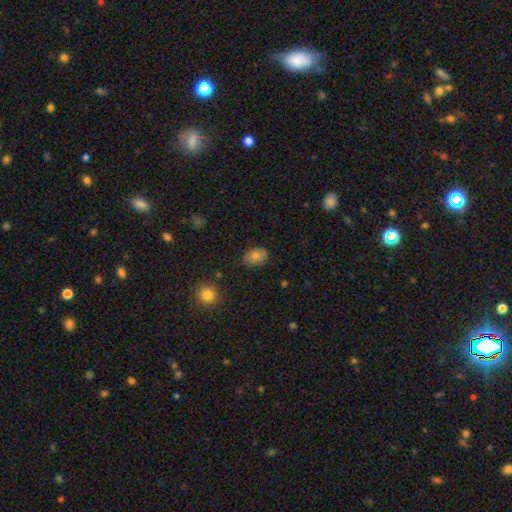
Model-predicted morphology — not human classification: Smooth or featured?
  - smooth: 76% *
  - featured or disk: 14%
  - star or artifact: 11%
How rounded?
  - in between: 75% *
  - round: 24%
  - cigar-shaped: 1%
Merging?
  - none: 77% *
  - minor disturbance: 18%
  - major disturbance: 3%
  - merger: 2%